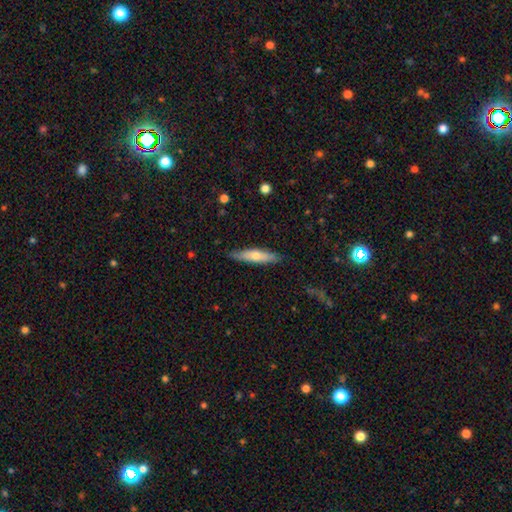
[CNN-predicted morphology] smooth-or-featured: smooth: 59% | featured or disk: 36% | star or artifact: 6%
  how-rounded: cigar-shaped: 77% | in between: 21% | round: 2%
  merging: none: 84% | minor disturbance: 12% | major disturbance: 2% | merger: 1%